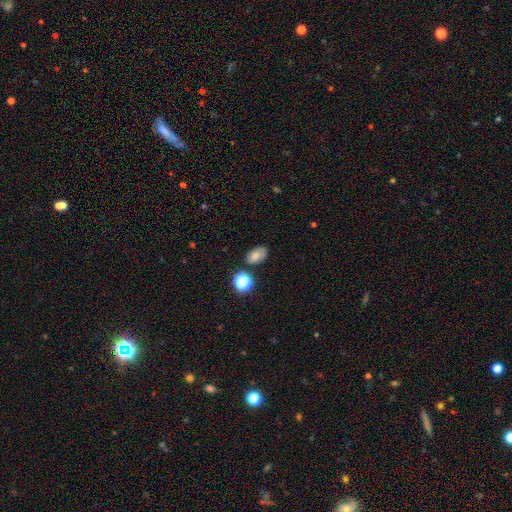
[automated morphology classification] This is likely a smooth galaxy (72%). How rounded: clearly in between (83%). Merging: likely none (72%).